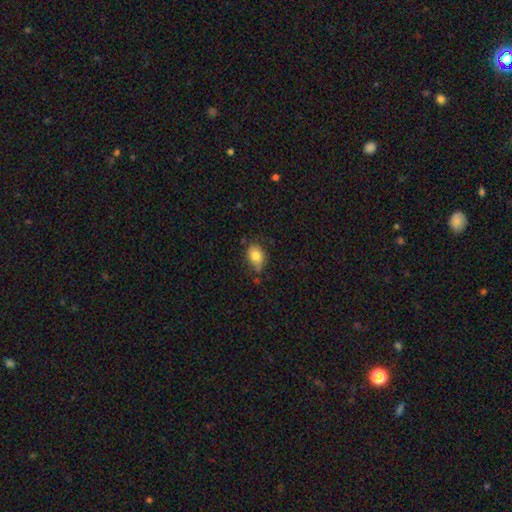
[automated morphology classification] Smooth or featured? smooth (80%)
How rounded? in between (71%)
Merging? none (63%)